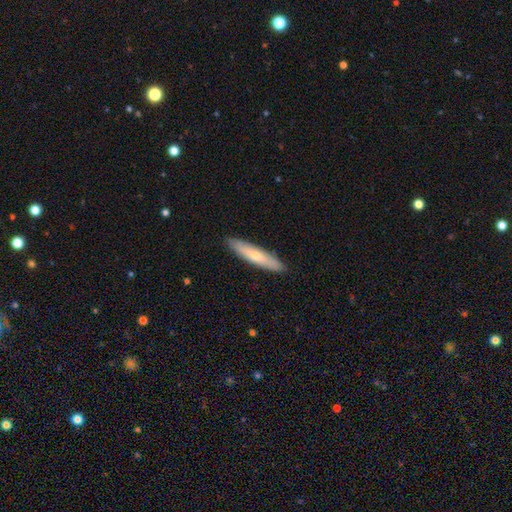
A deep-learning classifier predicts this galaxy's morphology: Q: Smooth or featured?
A: smooth (60%); runner-up: featured or disk (35%)
Q: How rounded?
A: cigar-shaped (87%); runner-up: in between (11%)
Q: Merging?
A: none (90%); runner-up: minor disturbance (8%)